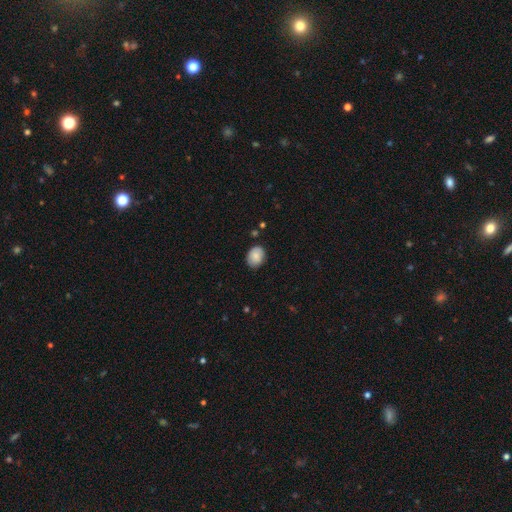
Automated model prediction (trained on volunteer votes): Smooth or featured? Predicted: smooth (p=0.85). How rounded? Predicted: in between (p=0.63). Merging? Predicted: none (p=0.83).